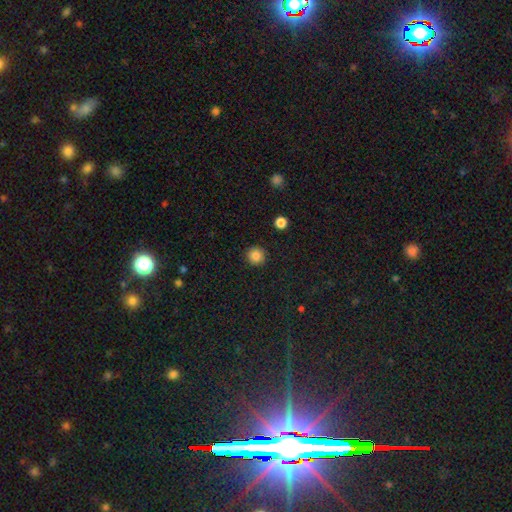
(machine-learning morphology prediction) type=smooth (85%); roundness=round (95%); merging=none (92%).